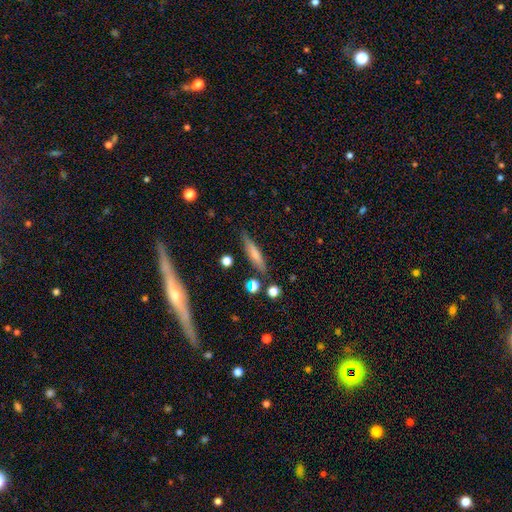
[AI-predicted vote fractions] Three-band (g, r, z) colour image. It shows a smooth galaxy with no disk features (53%) that is cigar-shaped (80%). Merging: none (80%).